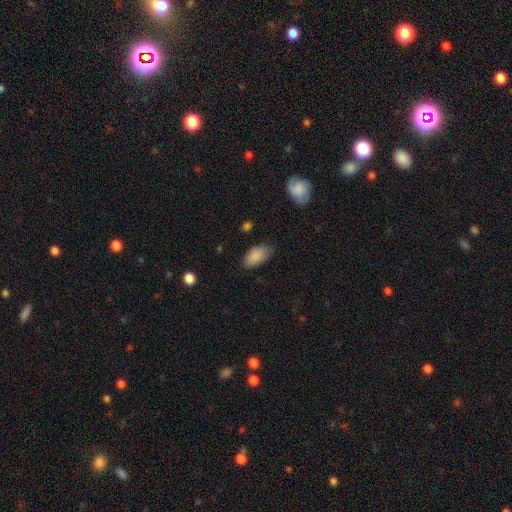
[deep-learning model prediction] Morphology: type=smooth (88%); roundness=in between (94%); merging=none (78%).